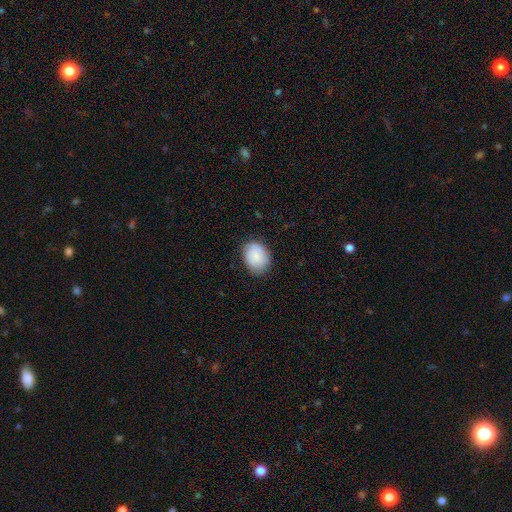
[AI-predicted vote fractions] This appears to be a smooth galaxy with no disk features (81%) that is in between round and cigar-shaped (60%). Merging: none (76%).